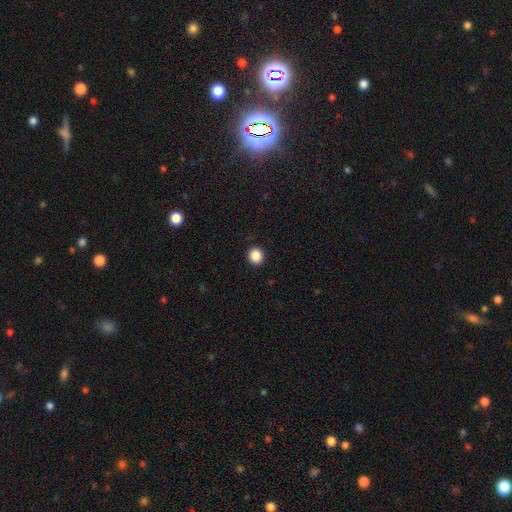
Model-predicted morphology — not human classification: The model was most divided on "smooth or featured": smooth: 87%, star or artifact: 10%, featured or disk: 3%. More confident: merging — none (93%); how rounded — round (92%).